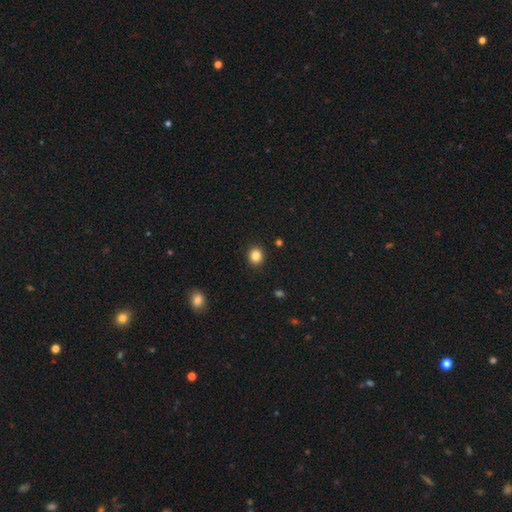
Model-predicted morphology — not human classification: Smooth or featured? Predicted: smooth (p=0.84). How rounded? Predicted: round (p=0.82). Merging? Predicted: none (p=0.92).